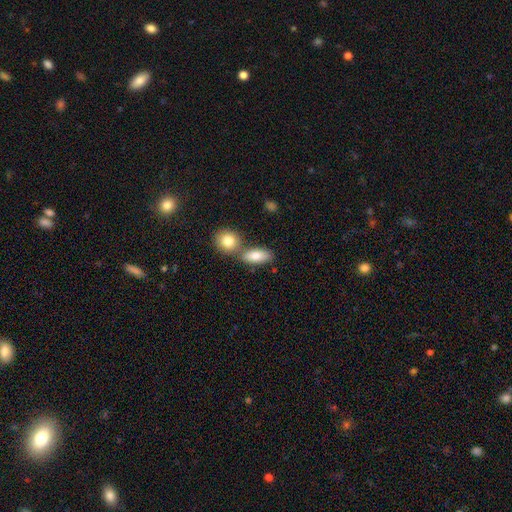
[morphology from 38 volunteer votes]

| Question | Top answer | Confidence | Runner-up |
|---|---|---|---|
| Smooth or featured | smooth | 87% | featured or disk (11%) |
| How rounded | in between | 85% | cigar-shaped (9%) |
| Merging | none | 57% | merger (30%) |